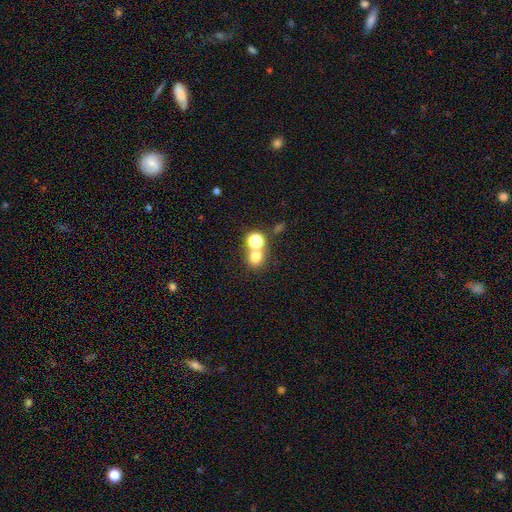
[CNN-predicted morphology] smooth_or_featured: smooth (p=0.71) [alt: star or artifact p=0.20]
how_rounded: round (p=0.77) [alt: in between p=0.22]
merging: none (p=0.52) [alt: merger p=0.38]